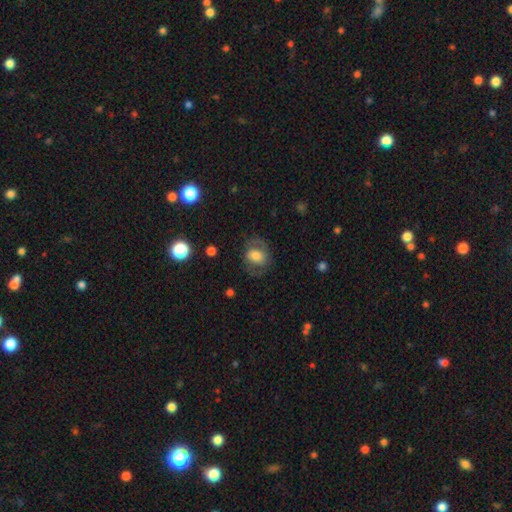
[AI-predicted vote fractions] This is possibly a smooth galaxy (51%). How rounded: possibly round (51%). Merging: likely none (68%).